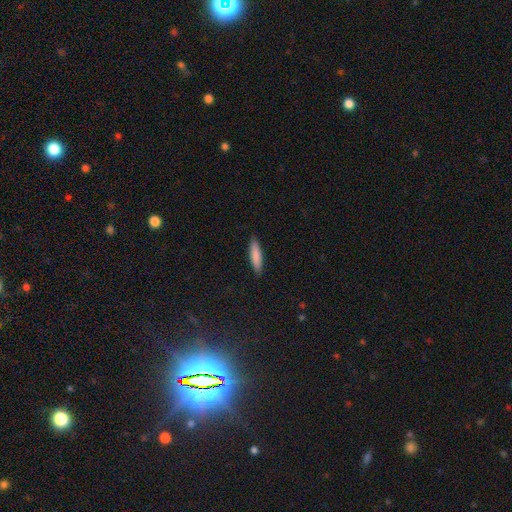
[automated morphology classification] The model was most divided on "how rounded": cigar-shaped: 76%, in between: 22%, round: 1%. More confident: merging — none (90%); smooth or featured — smooth (85%).